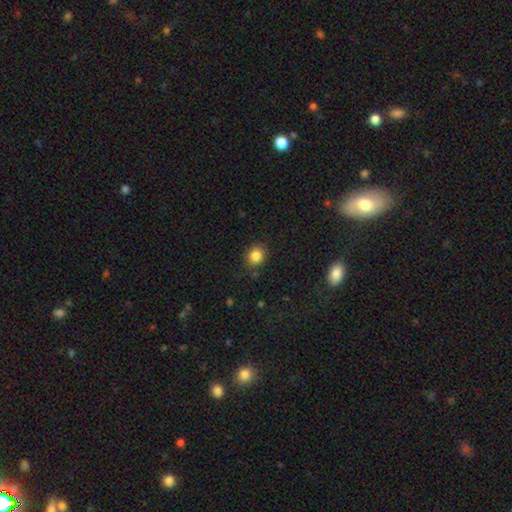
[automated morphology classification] smooth 85%, star or artifact 11%, featured or disk 5%. Down the decision tree: how rounded — round (76%); merging — none (86%).